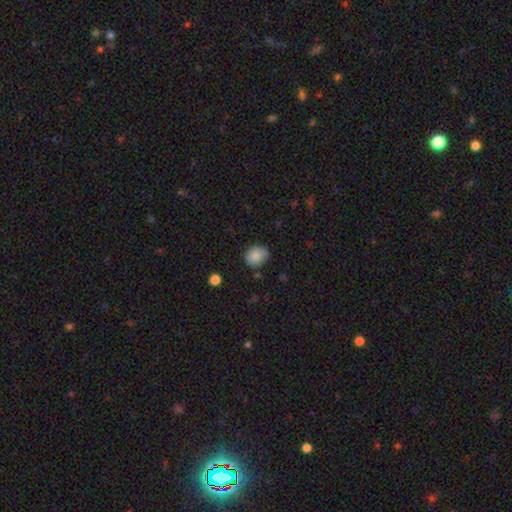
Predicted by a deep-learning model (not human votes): Q: Smooth or featured?
A: smooth (86%); runner-up: star or artifact (8%)
Q: How rounded?
A: round (60%); runner-up: in between (39%)
Q: Merging?
A: none (78%); runner-up: minor disturbance (17%)